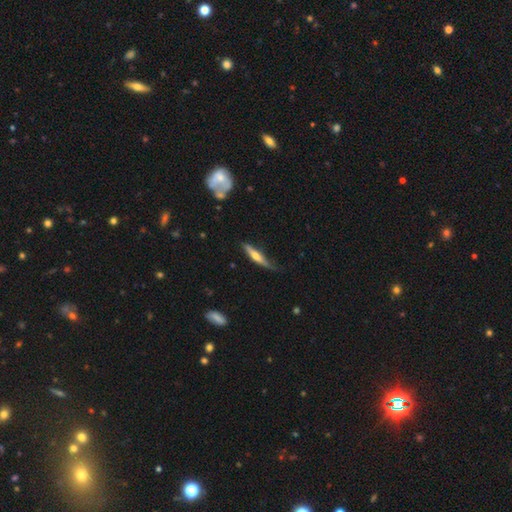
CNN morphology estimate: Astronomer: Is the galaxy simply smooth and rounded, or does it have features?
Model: featured or disk — 51% (runner-up: smooth, 44%).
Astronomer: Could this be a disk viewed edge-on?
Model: yes — 91%.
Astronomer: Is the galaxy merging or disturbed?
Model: none — 59%.